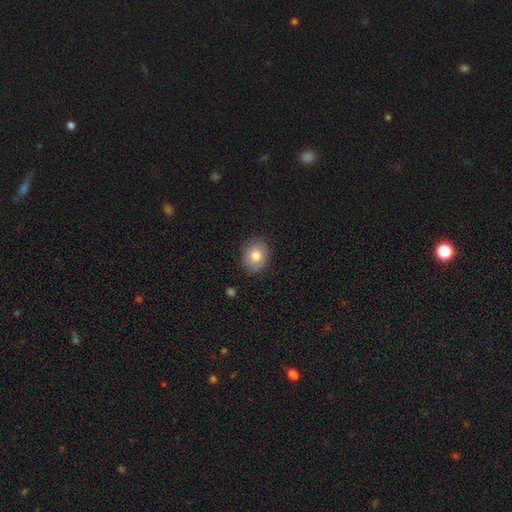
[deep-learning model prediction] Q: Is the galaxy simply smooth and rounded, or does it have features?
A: smooth — 78%.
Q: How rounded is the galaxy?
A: round — 57%.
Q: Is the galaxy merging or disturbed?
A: none — 87%.